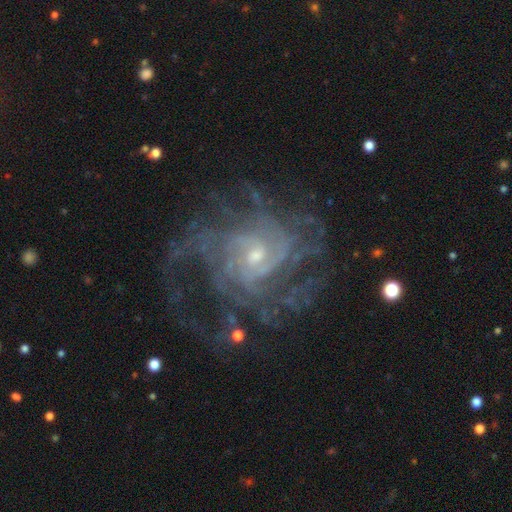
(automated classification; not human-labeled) The model was most divided on "spiral arm count": can't tell: 31%, 4: 19%, more than 4: 19%, 3: 12%, 2: 10%, 1: 8%. More confident: edge-on disk — no (98%); spiral arms — yes (96%); smooth or featured — featured or disk (88%); bulge size — small (71%); merging — none (68%); bar — no (60%); spiral winding — tight (56%).